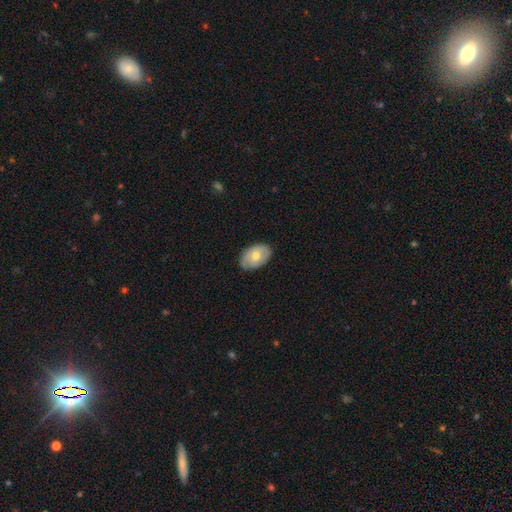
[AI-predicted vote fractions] smooth 58%, featured or disk 35%, star or artifact 7%. Down the decision tree: how rounded — in between (88%); merging — none (80%).